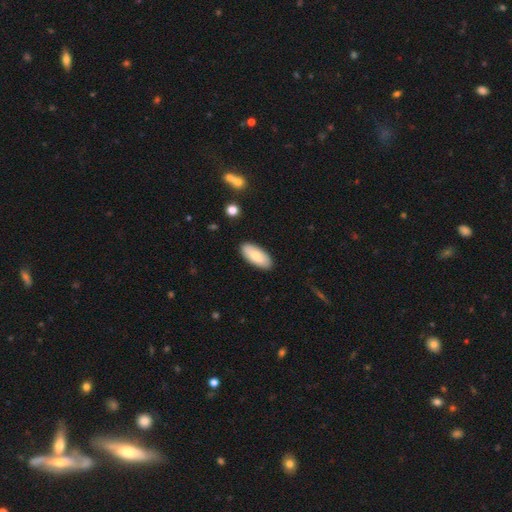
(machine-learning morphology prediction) Smooth or featured?
  - smooth: 80% *
  - featured or disk: 14%
  - star or artifact: 6%
How rounded?
  - in between: 87% *
  - cigar-shaped: 12%
  - round: 2%
Merging?
  - none: 88% *
  - minor disturbance: 9%
  - major disturbance: 2%
  - merger: 1%